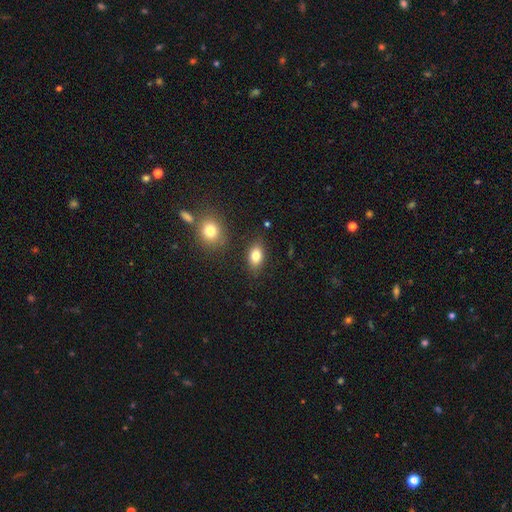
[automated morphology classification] Smooth or featured?
  - smooth: 81% *
  - featured or disk: 10%
  - star or artifact: 9%
How rounded?
  - in between: 84% *
  - round: 13%
  - cigar-shaped: 3%
Merging?
  - none: 82% *
  - minor disturbance: 11%
  - merger: 4%
  - major disturbance: 3%